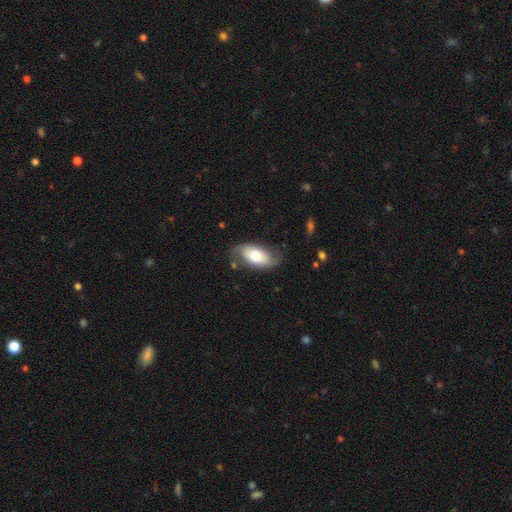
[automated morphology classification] This appears to be a smooth galaxy with no disk features (65%) that is in between round and cigar-shaped (93%). Merging: none (69%).